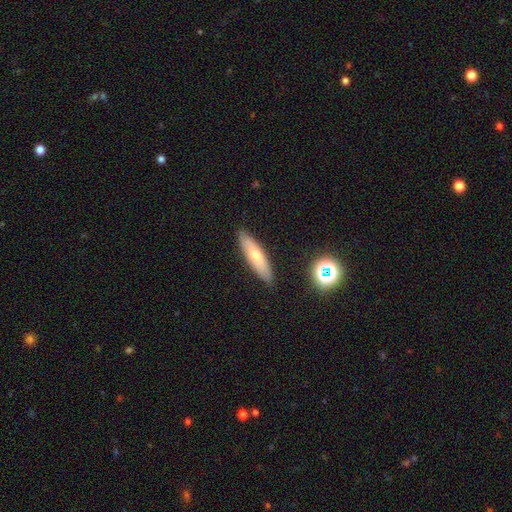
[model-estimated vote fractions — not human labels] Smooth or featured? Predicted: smooth (p=0.67). How rounded? Predicted: cigar-shaped (p=0.68). Merging? Predicted: none (p=0.86).